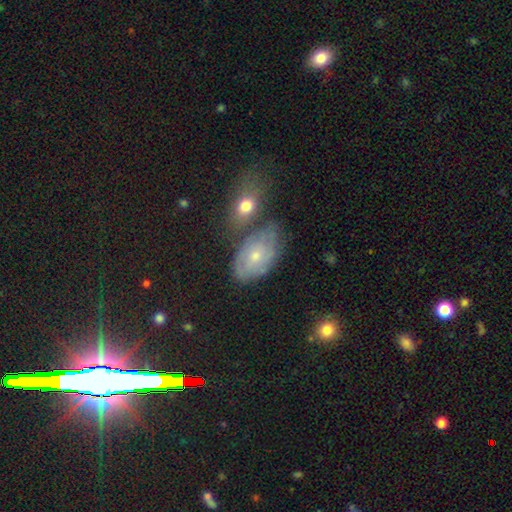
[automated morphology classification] This appears to be a featured or disk galaxy (45%). Merging: none (55%).